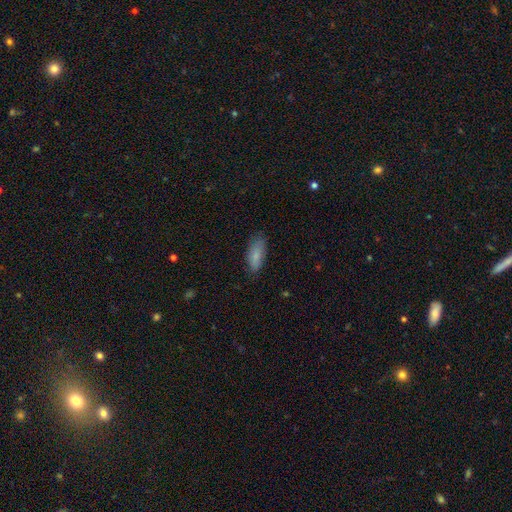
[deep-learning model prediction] Smooth or featured? smooth (85%)
How rounded? in between (81%)
Merging? none (76%)